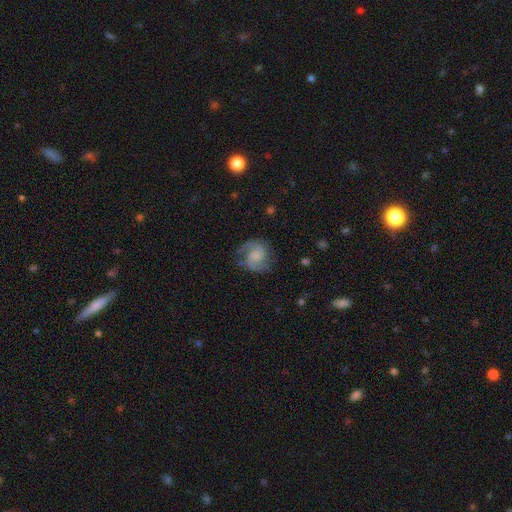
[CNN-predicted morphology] Smooth or featured?
  - featured or disk: 75% *
  - smooth: 18%
  - star or artifact: 7%
Edge-on disk?
  - no: 98% *
  - yes: 2%
Bar?
  - no: 58% *
  - weak: 36%
  - strong: 6%
Spiral arms?
  - yes: 96% *
  - no: 4%
Spiral winding?
  - medium: 52% *
  - tight: 28%
  - loose: 20%
Spiral arm count?
  - 2: 87% *
  - can't tell: 5%
  - 1: 3%
  - 3: 2%
  - 4: 1%
  - more than 4: 1%
Bulge size?
  - small: 34% *
  - none: 33%
  - moderate: 25%
  - large: 7%
  - dominant: 2%
Merging?
  - none: 73% *
  - minor disturbance: 17%
  - major disturbance: 8%
  - merger: 1%